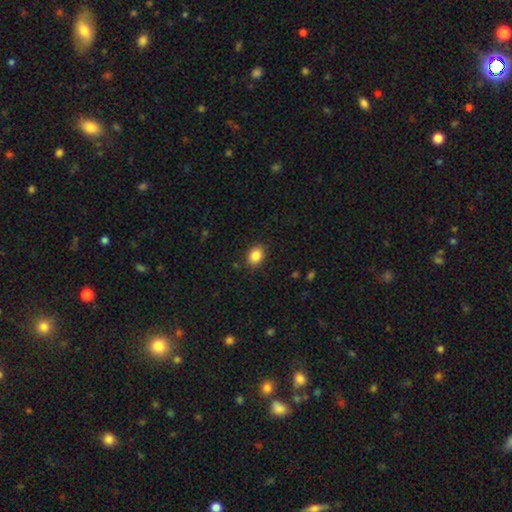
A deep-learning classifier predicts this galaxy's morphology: Smooth or featured? smooth (86%)
How rounded? in between (60%)
Merging? none (86%)